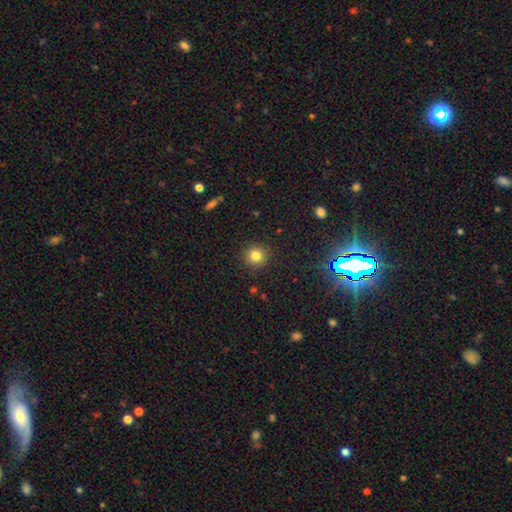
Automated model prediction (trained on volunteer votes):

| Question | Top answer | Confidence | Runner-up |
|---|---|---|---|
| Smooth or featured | smooth | 81% | star or artifact (13%) |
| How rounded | round | 92% | in between (7%) |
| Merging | none | 91% | minor disturbance (6%) |